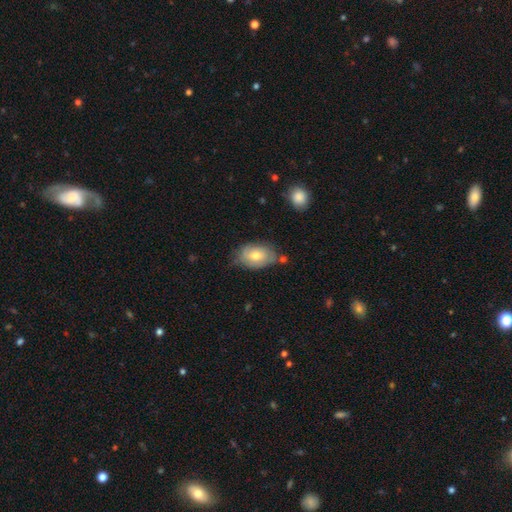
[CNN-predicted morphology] Smooth or featured: smooth — 62% (featured or disk — 32%)
How rounded: in between — 87% (round — 11%)
Merging: none — 60% (minor disturbance — 28%)